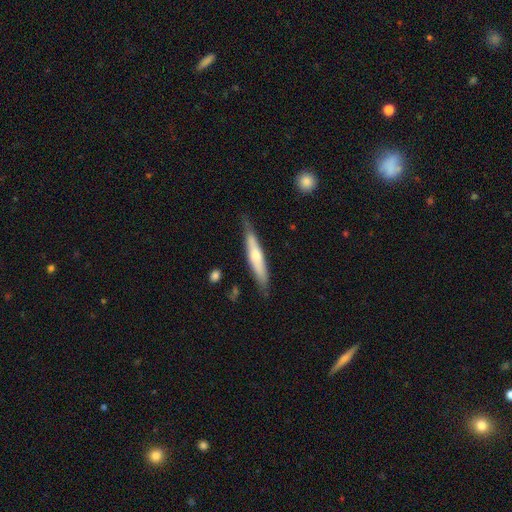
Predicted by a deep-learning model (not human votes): This is possibly a featured or disk galaxy (54%). It is clearly viewed edge-on (92%). Merging: clearly none (81%).